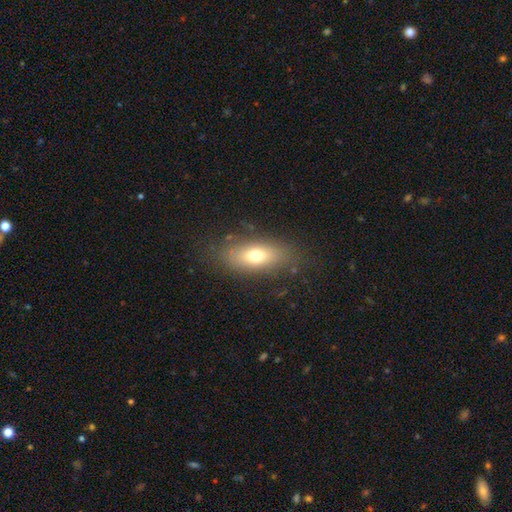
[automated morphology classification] This appears to be a smooth galaxy with no disk features (69%) that is in between round and cigar-shaped (78%). Merging: none (80%).